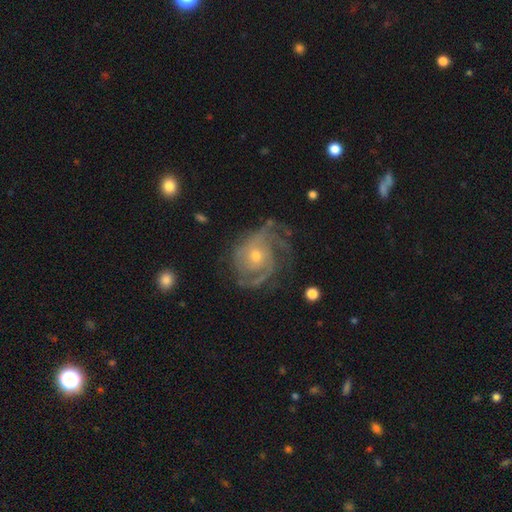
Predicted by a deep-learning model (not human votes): Morphology: type=featured or disk (87%); edge-on=no (98%); bar=no (75%); spiral arms=yes (96%); winding=tight (52%); arm count=3 (31%); bulge=small (50%); merging=none (61%).